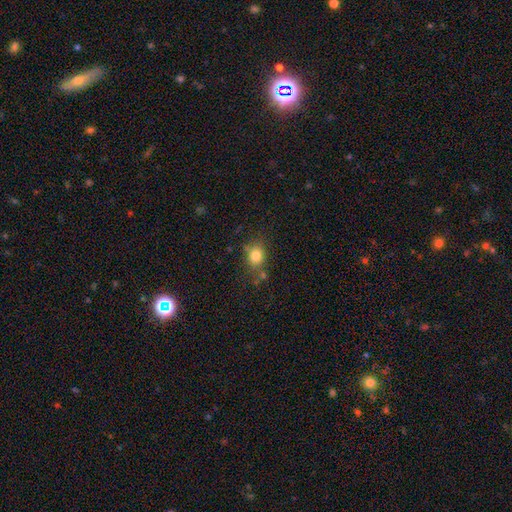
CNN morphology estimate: Overall: smooth (80%). How rounded: round (64%; in between 35%). Merging: none (71%).